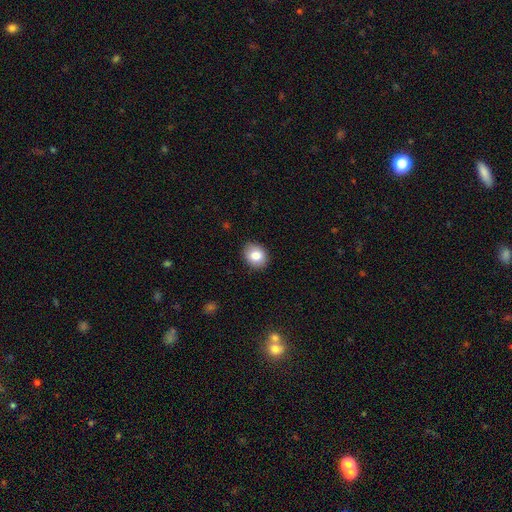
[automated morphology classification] smooth 83%, star or artifact 9%, featured or disk 8%. Down the decision tree: how rounded — round (55%); merging — none (88%).